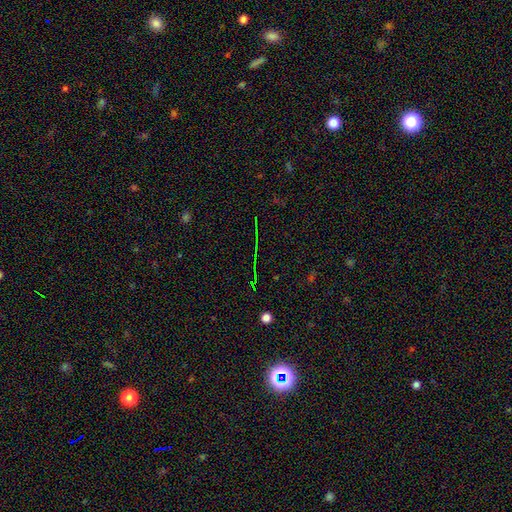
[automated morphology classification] The model was most divided on "smooth or featured": star or artifact: 76%, smooth: 15%, featured or disk: 9%.